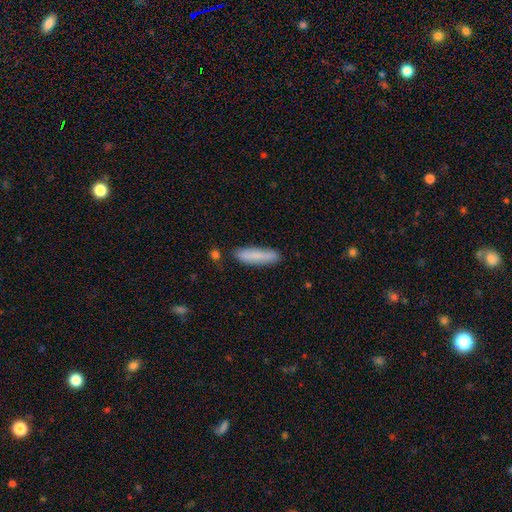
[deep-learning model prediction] smooth-or-featured: smooth: 82% | featured or disk: 12% | star or artifact: 6%
  how-rounded: cigar-shaped: 78% | in between: 21% | round: 1%
  merging: none: 80% | minor disturbance: 14% | merger: 3% | major disturbance: 3%